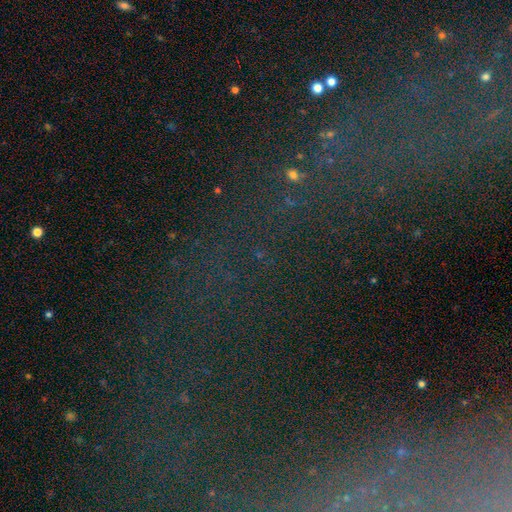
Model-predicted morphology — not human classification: The model was most divided on "smooth or featured": star or artifact: 68%, featured or disk: 18%, smooth: 15%.